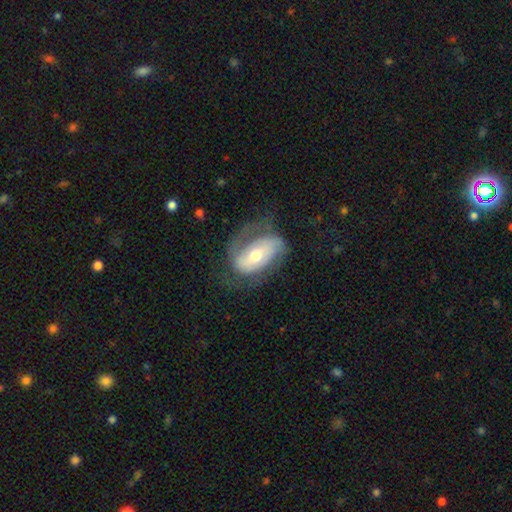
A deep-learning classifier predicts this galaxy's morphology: Smooth or featured? featured or disk (70%)
Edge-on disk? no (94%)
Bar? no (41%)
Spiral arms? yes (83%)
Spiral winding? medium (41%)
Spiral arm count? 2 (63%)
Bulge size? moderate (67%)
Merging? none (50%)